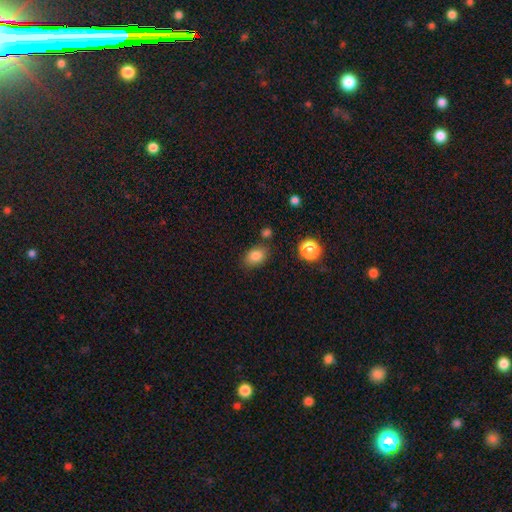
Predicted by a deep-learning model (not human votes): smooth-or-featured: smooth: 83% | star or artifact: 10% | featured or disk: 7%
  how-rounded: in between: 75% | round: 23% | cigar-shaped: 1%
  merging: none: 76% | minor disturbance: 14% | merger: 6% | major disturbance: 4%